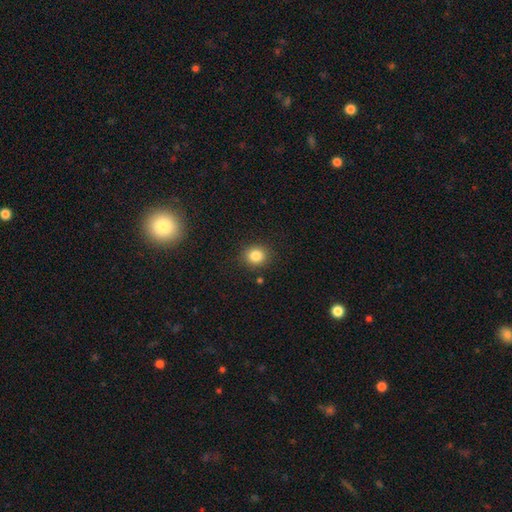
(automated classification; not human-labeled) Overall: smooth (84%). How rounded: round (80%). Merging: none (88%).